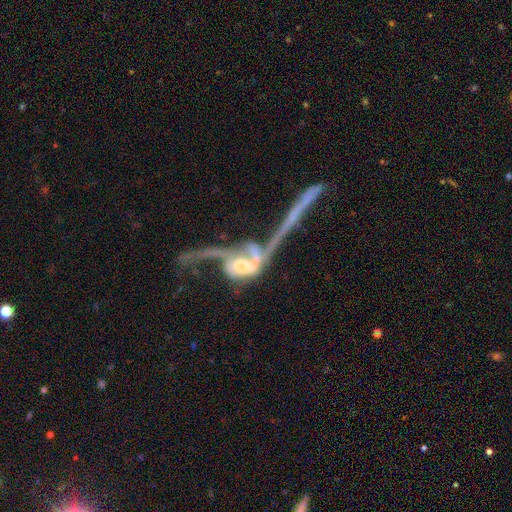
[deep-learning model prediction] A featured or disk galaxy (71%) with no bar (66%), spiral arms (56%) and a moderate central bulge (61%).

Vote fractions:
- Smooth or featured? featured or disk: 71% / smooth: 20% / star or artifact: 9%
- Edge-on disk? no: 76% / yes: 24%
- Bar? no: 66% / weak: 21% / strong: 13%
- Spiral arms? yes: 56% / no: 44%
- Bulge size? moderate: 61% / large: 19% / small: 11% / none: 5% / dominant: 4%
- Merging? merger: 40% / major disturbance: 32% / none: 18% / minor disturbance: 11%